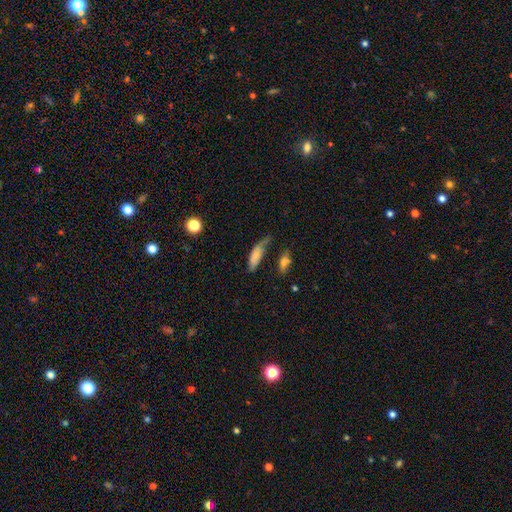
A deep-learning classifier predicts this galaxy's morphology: This appears to be a smooth galaxy with no disk features (70%) that is in between round and cigar-shaped (62%). Merging: none (34%).